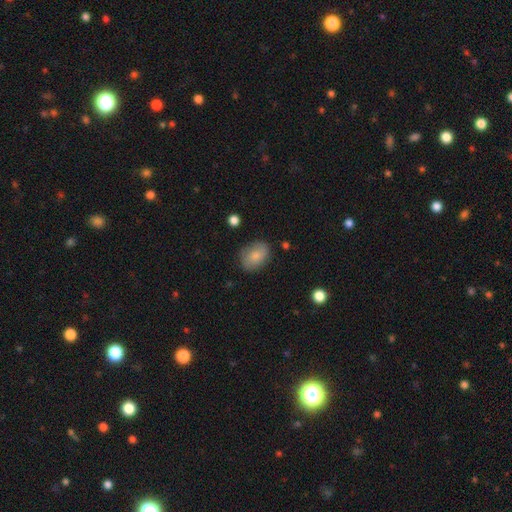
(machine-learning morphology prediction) Smooth or featured: smooth — 80% (featured or disk — 13%)
How rounded: in between — 70% (round — 29%)
Merging: none — 76% (minor disturbance — 18%)